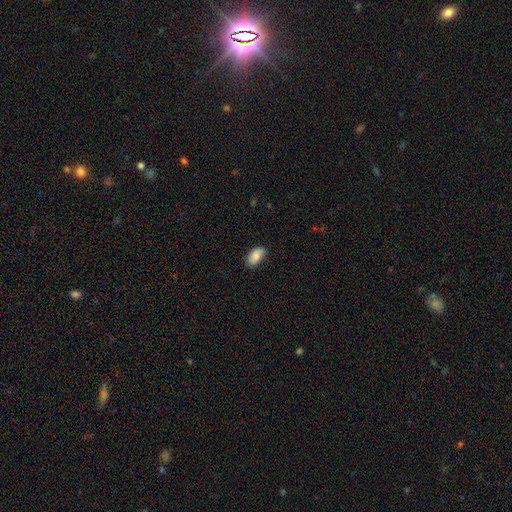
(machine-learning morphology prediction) Q: Smooth or featured?
A: smooth (84%); runner-up: featured or disk (9%)
Q: How rounded?
A: in between (94%); runner-up: round (3%)
Q: Merging?
A: none (80%); runner-up: minor disturbance (17%)